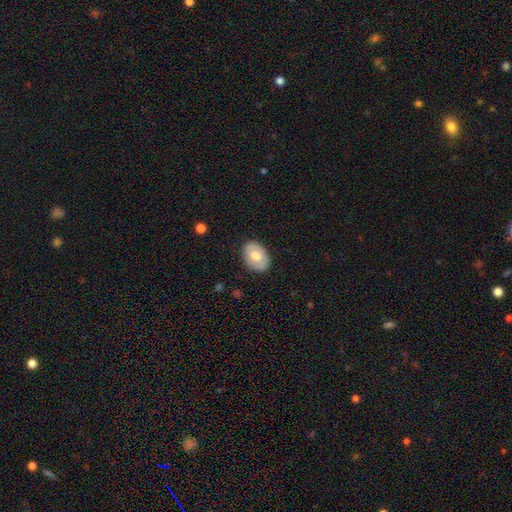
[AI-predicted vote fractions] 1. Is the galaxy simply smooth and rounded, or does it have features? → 67% smooth, 27% featured or disk, 6% star or artifact.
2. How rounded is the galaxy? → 80% in between, 19% round, 1% cigar-shaped.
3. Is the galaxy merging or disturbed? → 86% none, 11% minor disturbance, 3% major disturbance, 1% merger.